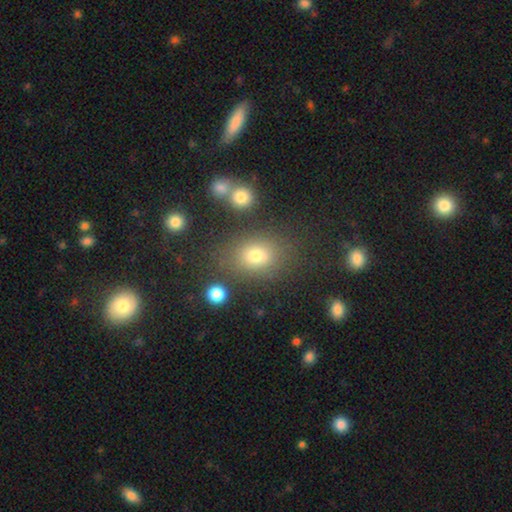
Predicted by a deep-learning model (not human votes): Smooth or featured: smooth — 73% (star or artifact — 16%)
How rounded: in between — 59% (round — 40%)
Merging: none — 75% (minor disturbance — 13%)